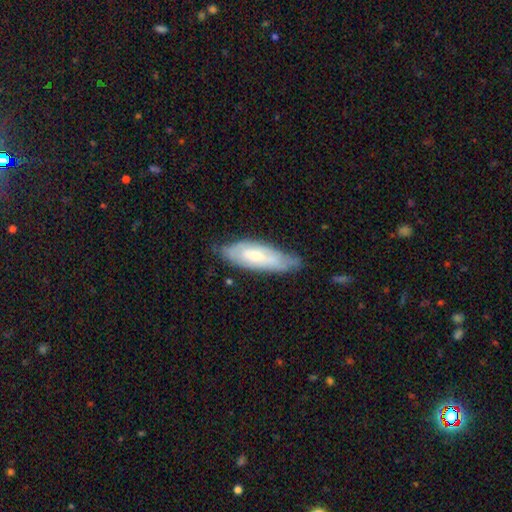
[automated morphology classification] Smooth or featured: featured or disk — 54% (smooth — 40%)
Edge-on disk: no — 75% (yes — 25%)
Merging: none — 63% (minor disturbance — 29%)